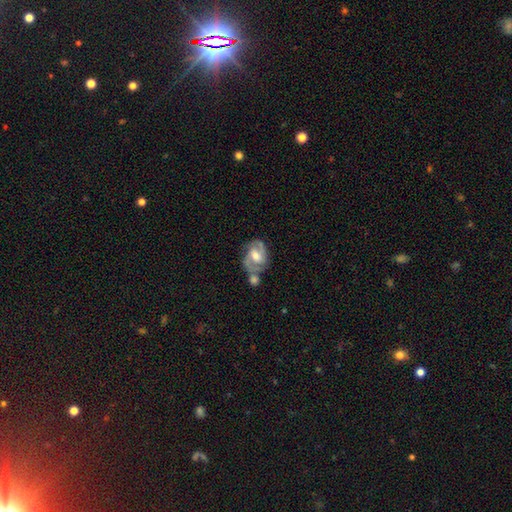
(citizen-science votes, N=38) A featured or disk galaxy (82%) with a weak bar (41%), 2 (93%) medium (59%) spiral arms (100%) and a moderate central bulge (72%). Merging: none (31%, tied with merger).